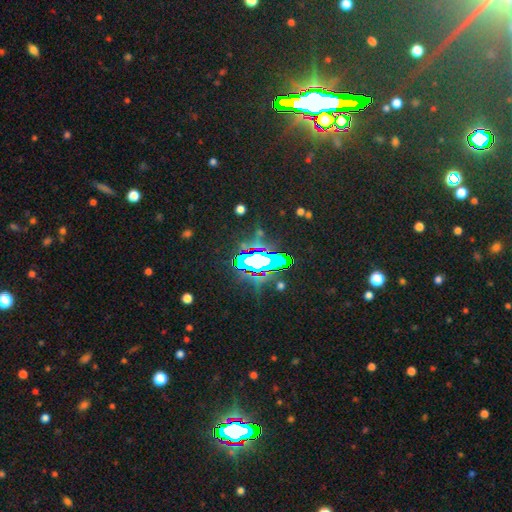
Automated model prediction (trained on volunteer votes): Overall: star or artifact (64%).